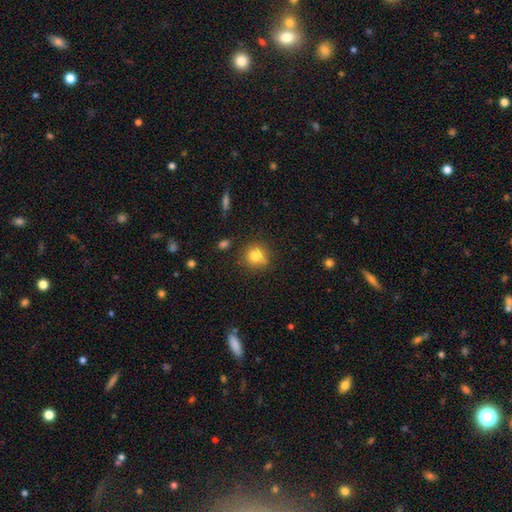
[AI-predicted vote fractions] Smooth or featured: smooth — 80% (star or artifact — 12%)
How rounded: round — 89% (in between — 10%)
Merging: none — 75% (minor disturbance — 15%)